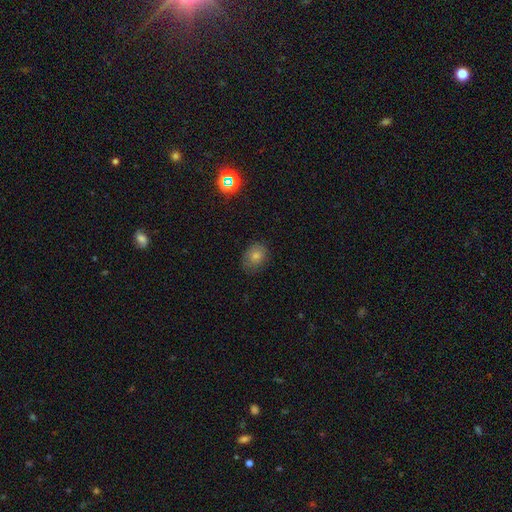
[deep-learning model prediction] smooth_or_featured: smooth (p=0.68) [alt: star or artifact p=0.20]
how_rounded: in between (p=0.54) [alt: round p=0.45]
merging: none (p=0.80) [alt: minor disturbance p=0.15]